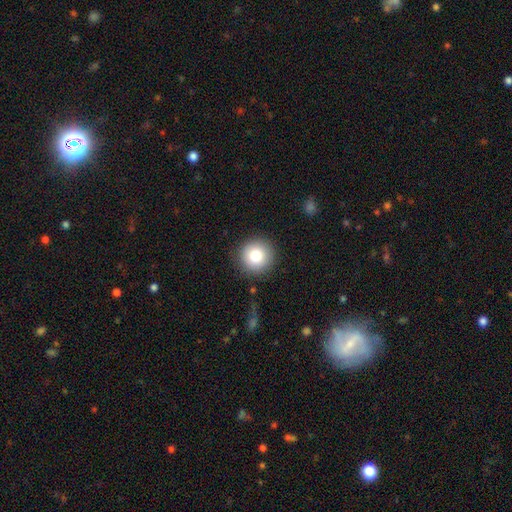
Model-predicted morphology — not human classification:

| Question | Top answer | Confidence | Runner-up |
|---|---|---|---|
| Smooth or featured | smooth | 82% | star or artifact (9%) |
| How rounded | round | 95% | in between (4%) |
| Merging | none | 88% | minor disturbance (7%) |